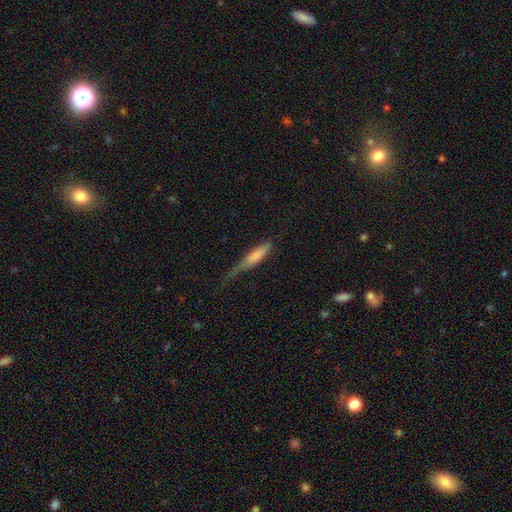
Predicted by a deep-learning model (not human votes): This is likely a smooth galaxy (67%). How rounded: likely cigar-shaped (75%). Merging: marginally minor disturbance (39%).